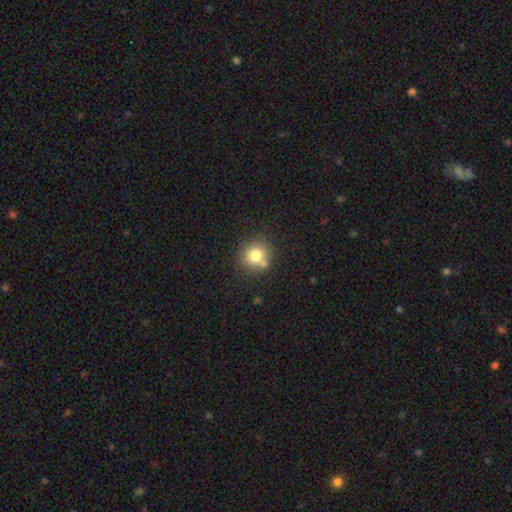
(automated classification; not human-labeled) Smooth or featured? smooth (76%)
How rounded? round (88%)
Merging? none (70%)